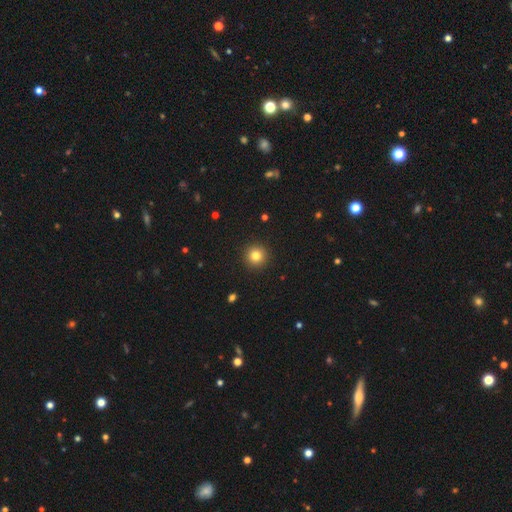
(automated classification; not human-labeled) A smooth galaxy with no disk features (81%) that is round (95%). Merging: none (93%).